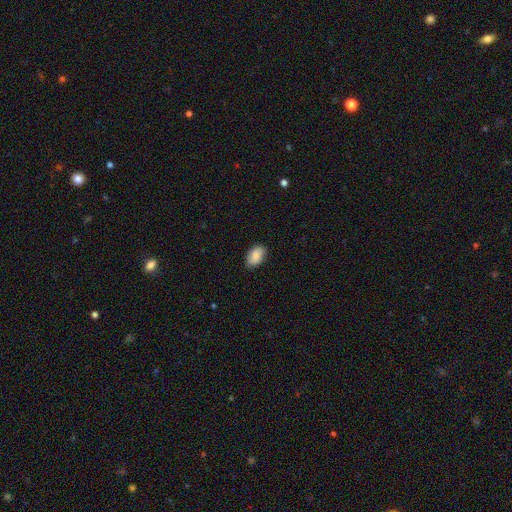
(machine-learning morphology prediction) Q: Smooth or featured?
A: smooth (85%); runner-up: featured or disk (8%)
Q: How rounded?
A: in between (91%); runner-up: round (7%)
Q: Merging?
A: none (85%); runner-up: minor disturbance (12%)